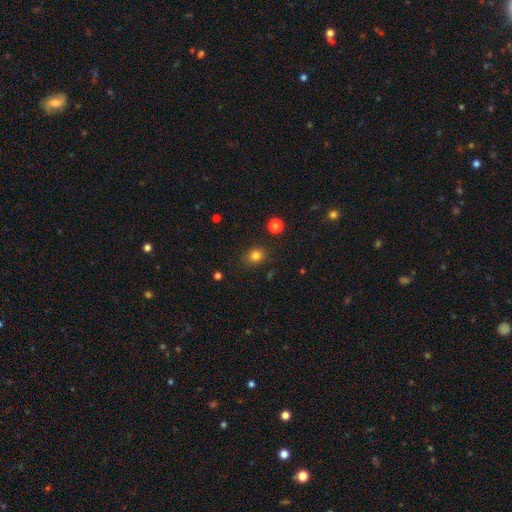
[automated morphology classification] A smooth galaxy with no disk features (81%) that is round (73%).

Vote fractions:
- Smooth or featured? smooth: 81% / star or artifact: 13% / featured or disk: 5%
- How rounded? round: 73% / in between: 26% / cigar-shaped: 1%
- Merging? none: 86% / minor disturbance: 9% / major disturbance: 3% / merger: 2%